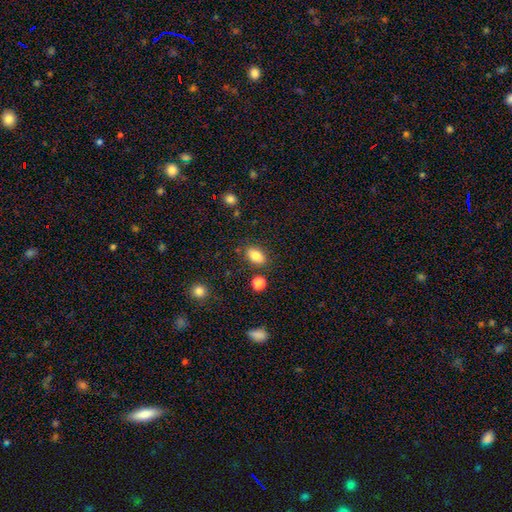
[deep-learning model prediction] Overall: smooth (83%). How rounded: in between (87%). Merging: none (82%).